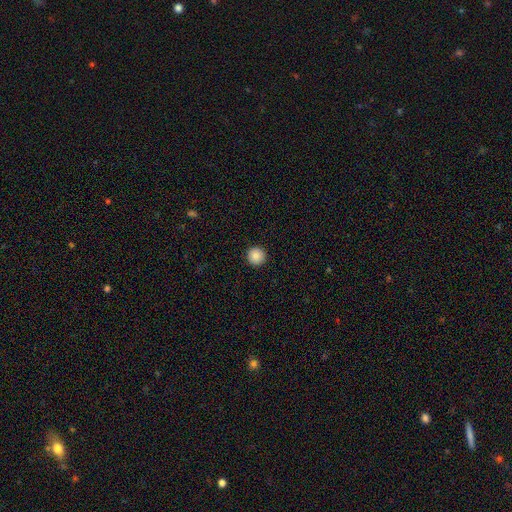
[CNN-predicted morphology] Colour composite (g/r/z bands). It shows a smooth galaxy with no disk features (87%) that is round (96%). Merging: none (93%).